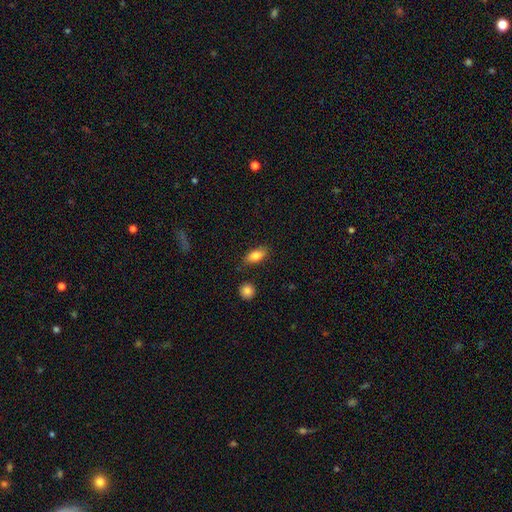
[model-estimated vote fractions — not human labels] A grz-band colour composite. It shows a smooth galaxy with no disk features (82%) that is in between round and cigar-shaped (86%). Merging: none (80%).